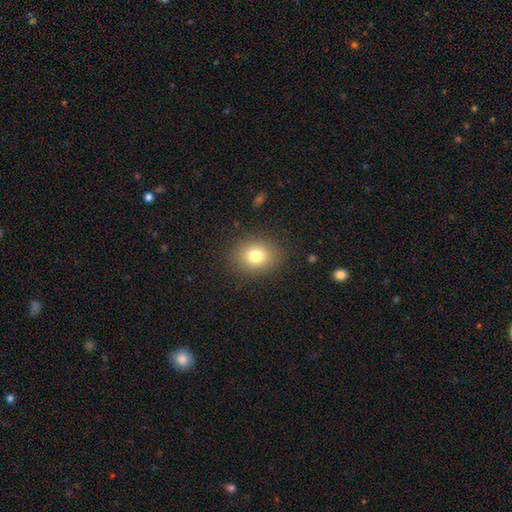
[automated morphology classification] Smooth or featured? smooth (79%)
How rounded? round (56%)
Merging? none (87%)